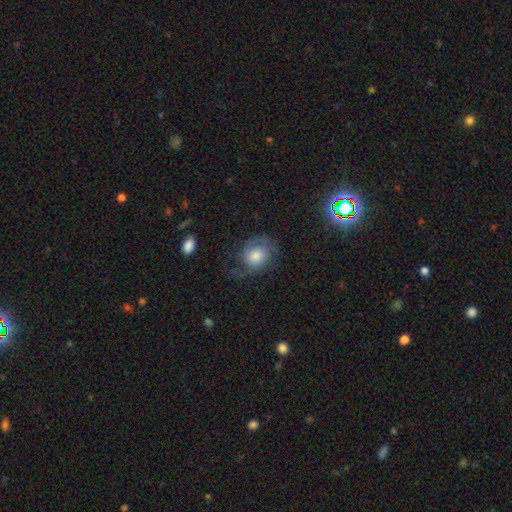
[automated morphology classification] Q: Smooth or featured?
A: featured or disk (58%); runner-up: smooth (32%)
Q: Edge-on disk?
A: no (97%); runner-up: yes (3%)
Q: Bar?
A: no (77%); runner-up: weak (20%)
Q: Spiral arms?
A: yes (86%); runner-up: no (14%)
Q: Bulge size?
A: moderate (47%); runner-up: large (27%)
Q: Merging?
A: none (56%); runner-up: major disturbance (21%)